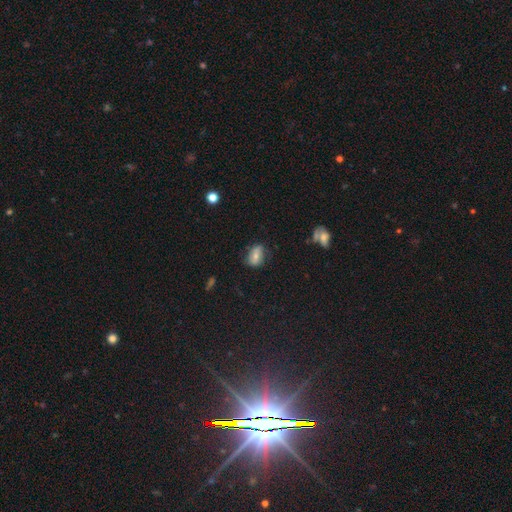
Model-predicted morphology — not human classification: smooth-or-featured: smooth: 59% | featured or disk: 29% | star or artifact: 12%
  how-rounded: in between: 74% | round: 24% | cigar-shaped: 2%
  merging: none: 66% | minor disturbance: 25% | major disturbance: 8% | merger: 2%